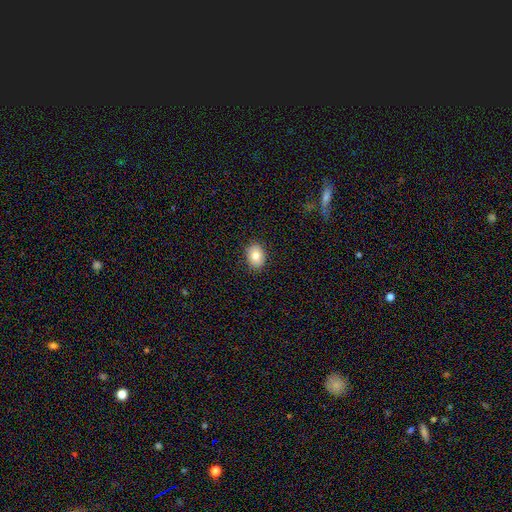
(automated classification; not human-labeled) smooth 82%, featured or disk 10%, star or artifact 8%. Down the decision tree: how rounded — in between (65%); merging — none (88%).